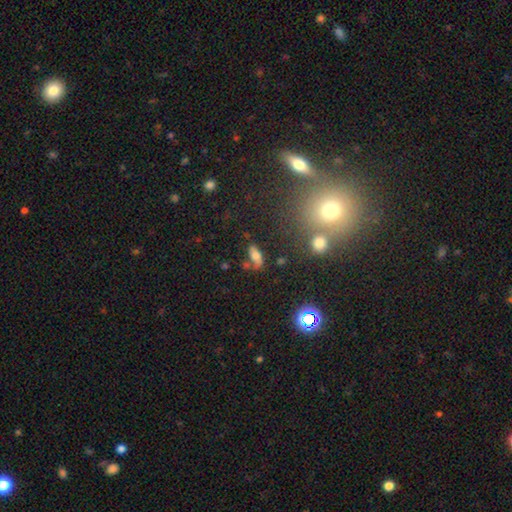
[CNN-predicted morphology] Q: Smooth or featured?
A: smooth (66%); runner-up: featured or disk (21%)
Q: How rounded?
A: in between (79%); runner-up: cigar-shaped (15%)
Q: Merging?
A: none (58%); runner-up: minor disturbance (19%)